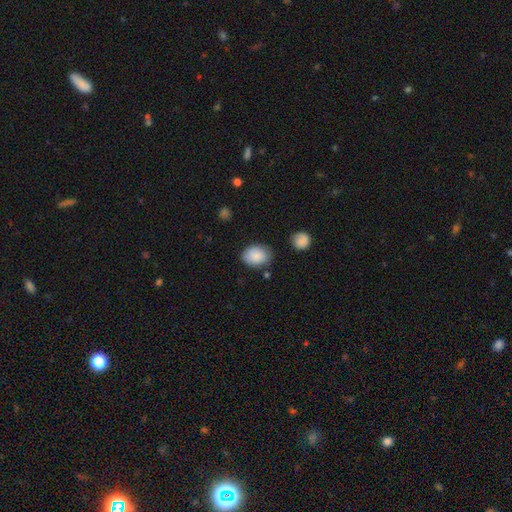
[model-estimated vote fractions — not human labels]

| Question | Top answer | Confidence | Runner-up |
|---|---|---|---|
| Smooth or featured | smooth | 87% | star or artifact (7%) |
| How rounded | in between | 65% | round (34%) |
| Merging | none | 75% | minor disturbance (17%) |